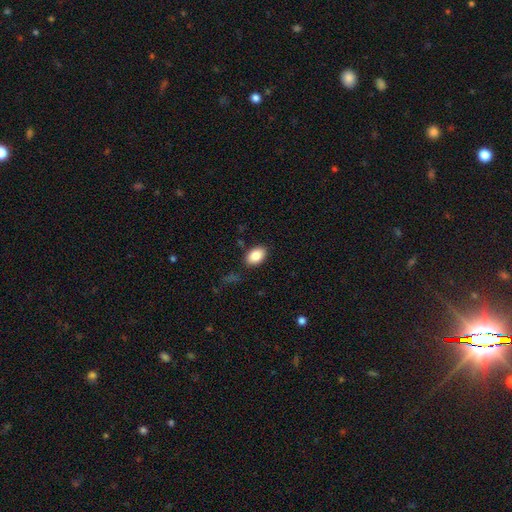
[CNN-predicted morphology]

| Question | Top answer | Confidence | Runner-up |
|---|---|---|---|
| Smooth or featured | smooth | 86% | star or artifact (8%) |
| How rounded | in between | 87% | round (12%) |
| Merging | none | 84% | minor disturbance (11%) |